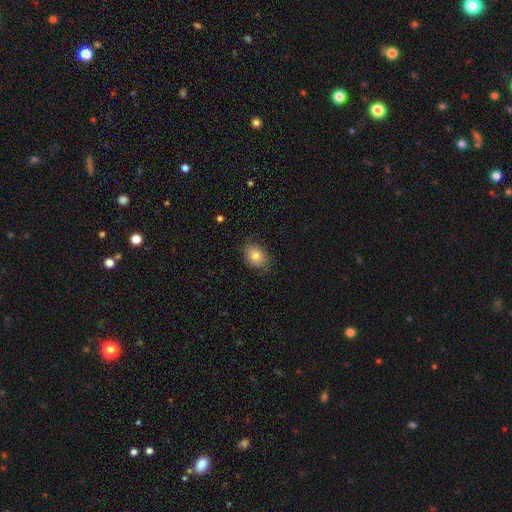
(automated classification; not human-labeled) This is likely a smooth galaxy (78%). How rounded: likely in between (66%). Merging: clearly none (80%).